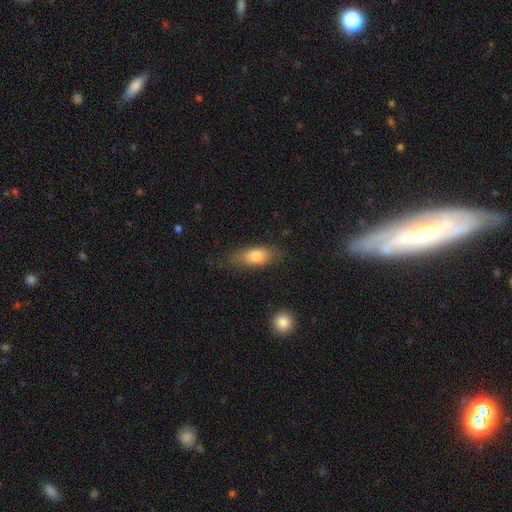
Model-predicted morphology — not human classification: Smooth or featured: smooth — 78% (featured or disk — 15%)
How rounded: in between — 80% (cigar-shaped — 15%)
Merging: none — 68% (minor disturbance — 23%)